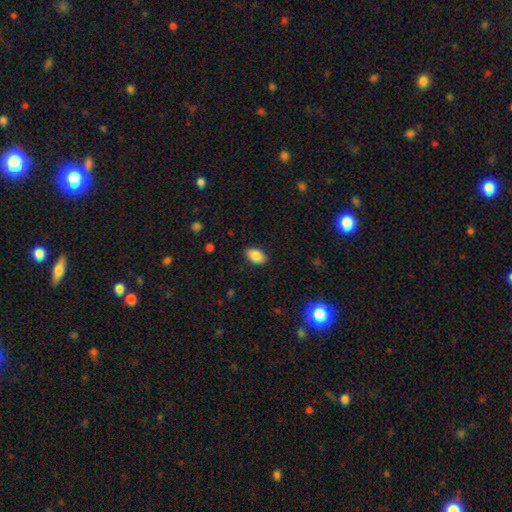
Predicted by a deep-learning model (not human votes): smooth 86%, star or artifact 8%, featured or disk 6%. Down the decision tree: how rounded — in between (92%); merging — none (88%).